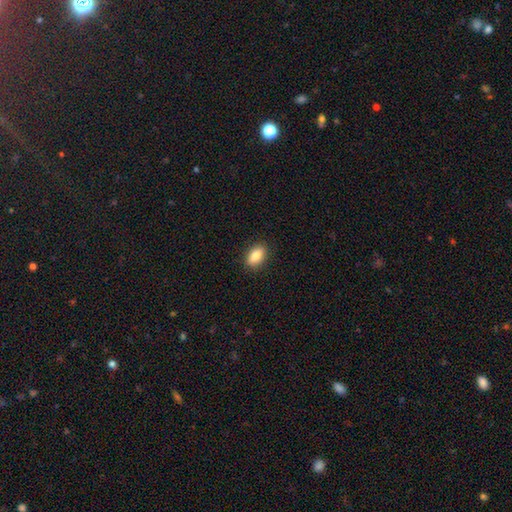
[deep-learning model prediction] Smooth or featured: smooth — 84% (featured or disk — 8%)
How rounded: in between — 87% (round — 9%)
Merging: none — 89% (minor disturbance — 8%)